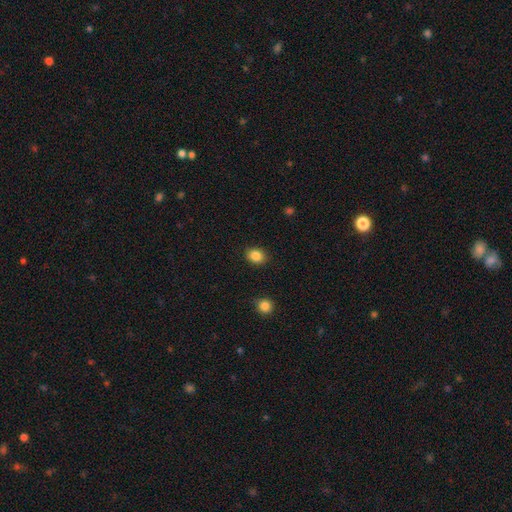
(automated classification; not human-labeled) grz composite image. It shows a smooth galaxy with no disk features (87%) that is in between round and cigar-shaped (54%). Merging: none (87%).